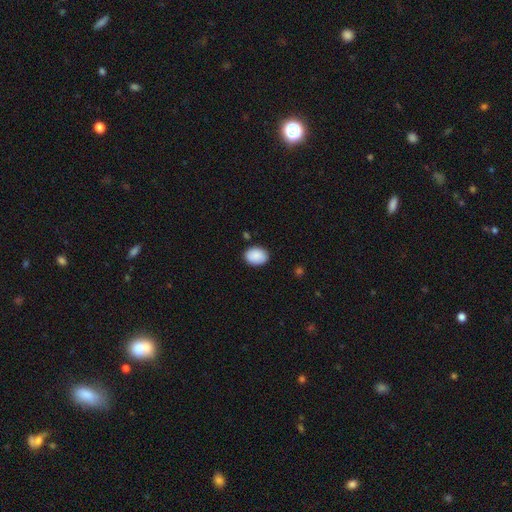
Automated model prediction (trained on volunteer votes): Smooth or featured? Predicted: smooth (p=0.90). How rounded? Predicted: in between (p=0.70). Merging? Predicted: none (p=0.85).